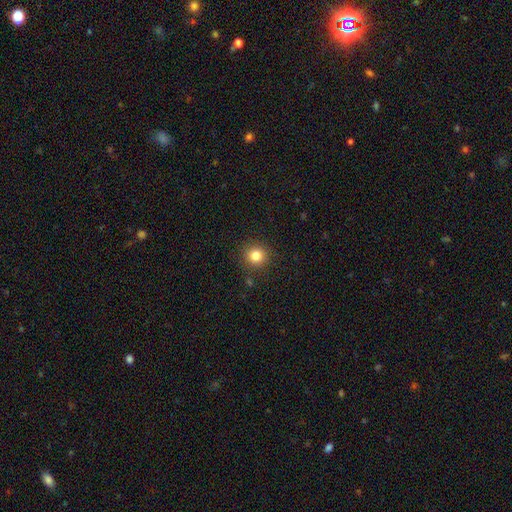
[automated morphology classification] The model was most divided on "smooth or featured": smooth: 83%, star or artifact: 12%, featured or disk: 5%. More confident: how rounded — round (91%); merging — none (89%).